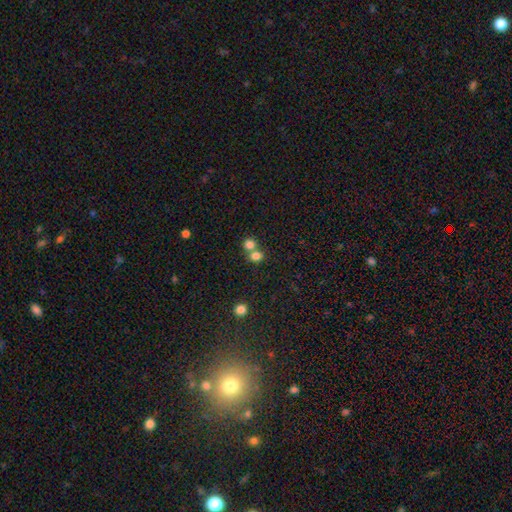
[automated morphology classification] Q: Smooth or featured?
A: smooth (80%); runner-up: star or artifact (12%)
Q: How rounded?
A: round (72%); runner-up: in between (27%)
Q: Merging?
A: merger (51%); runner-up: none (41%)